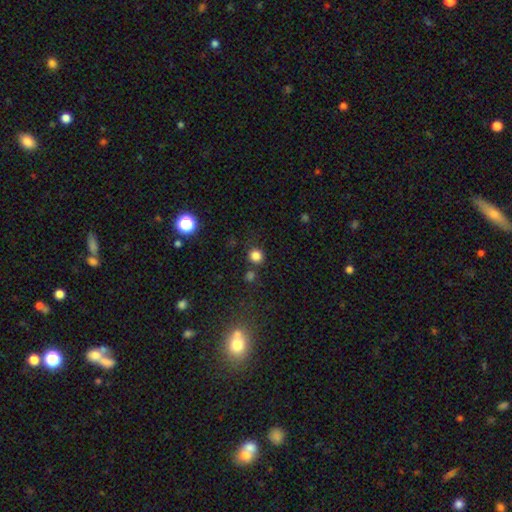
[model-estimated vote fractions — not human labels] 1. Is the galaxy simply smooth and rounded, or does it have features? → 81% smooth, 14% star or artifact, 4% featured or disk.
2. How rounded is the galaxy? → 91% round, 8% in between, 1% cigar-shaped.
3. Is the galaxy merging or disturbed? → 81% none, 9% minor disturbance, 7% merger, 3% major disturbance.